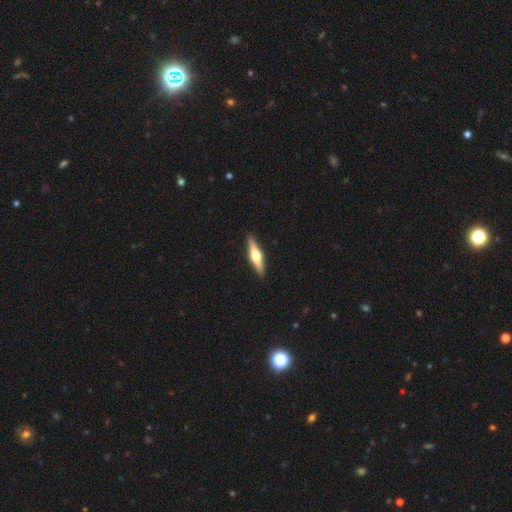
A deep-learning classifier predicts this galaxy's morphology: Smooth or featured?
  - featured or disk: 66% *
  - smooth: 29%
  - star or artifact: 5%
Edge-on disk?
  - yes: 97% *
  - no: 3%
Edge-on bulge?
  - rounded: 95% *
  - boxy: 3%
  - none: 2%
Merging?
  - none: 92% *
  - minor disturbance: 6%
  - major disturbance: 1%
  - merger: 1%